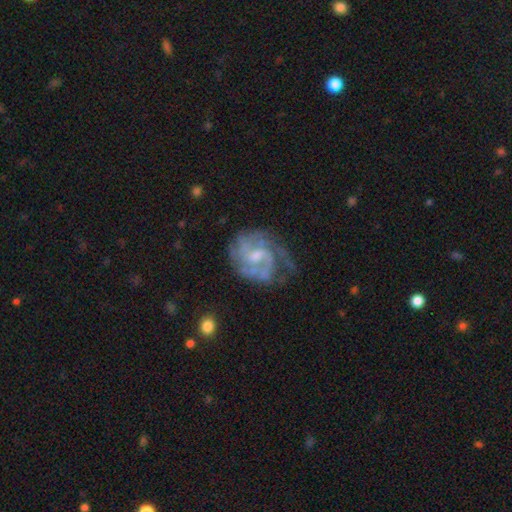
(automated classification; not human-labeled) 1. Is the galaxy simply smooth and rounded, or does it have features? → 84% featured or disk, 10% smooth, 6% star or artifact.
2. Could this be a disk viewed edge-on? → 98% no, 2% yes.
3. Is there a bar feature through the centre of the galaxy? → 51% weak, 40% no, 9% strong.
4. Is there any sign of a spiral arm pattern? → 93% yes, 7% no.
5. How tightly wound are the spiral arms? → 44% medium, 42% tight, 14% loose.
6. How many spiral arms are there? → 40% 2, 25% can't tell, 20% 3, 6% 1, 5% 4, 4% more than 4.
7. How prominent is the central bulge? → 49% moderate, 39% small, 8% none, 3% large, 1% dominant.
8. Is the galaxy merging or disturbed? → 55% none, 25% minor disturbance, 18% major disturbance, 2% merger.